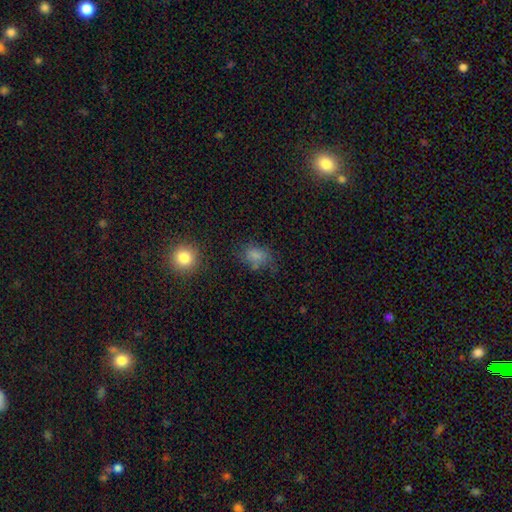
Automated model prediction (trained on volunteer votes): Morphology: type=smooth (74%); roundness=in between (74%); merging=none (57%).